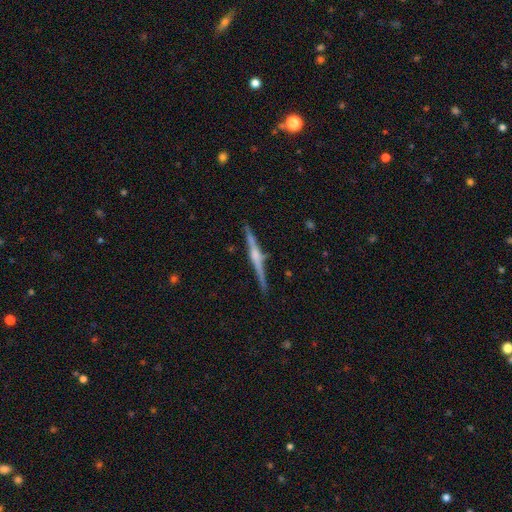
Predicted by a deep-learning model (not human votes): This appears to be a featured or disk galaxy (80%) viewed edge-on (98%) with a rounded central bulge (74%). Merging: none (88%).